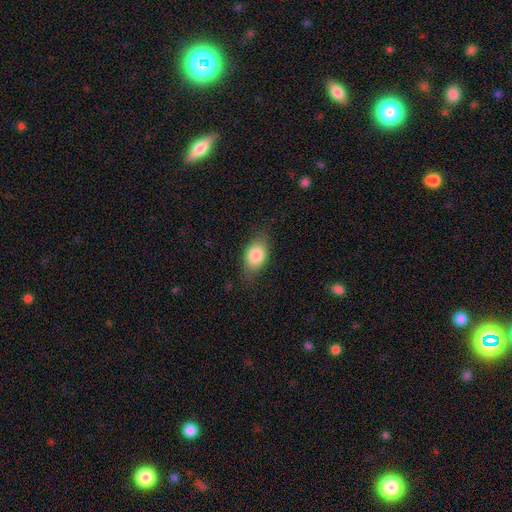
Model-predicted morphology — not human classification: Q: Smooth or featured?
A: smooth (81%); runner-up: featured or disk (12%)
Q: How rounded?
A: in between (81%); runner-up: round (16%)
Q: Merging?
A: none (73%); runner-up: minor disturbance (20%)